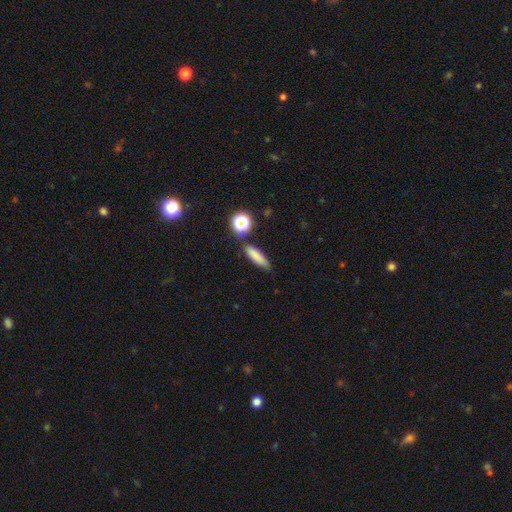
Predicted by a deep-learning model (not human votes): smooth_or_featured: smooth (p=0.79) [alt: star or artifact p=0.12]
how_rounded: cigar-shaped (p=0.61) [alt: in between p=0.33]
merging: none (p=0.76) [alt: minor disturbance p=0.14]